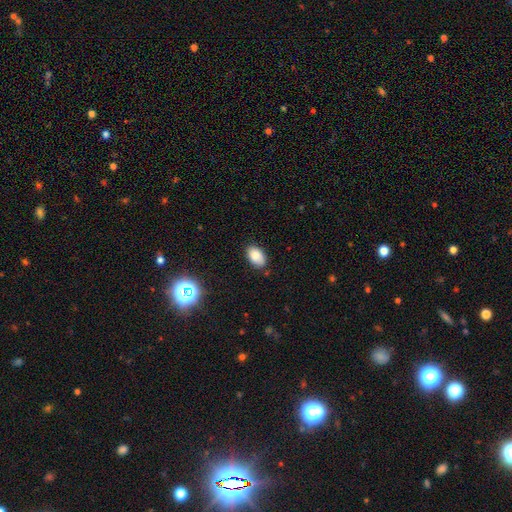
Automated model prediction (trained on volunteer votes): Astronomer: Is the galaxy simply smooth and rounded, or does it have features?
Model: smooth — 83%.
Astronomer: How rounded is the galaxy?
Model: in between — 93%.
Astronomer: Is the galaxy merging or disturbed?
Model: none — 81%.